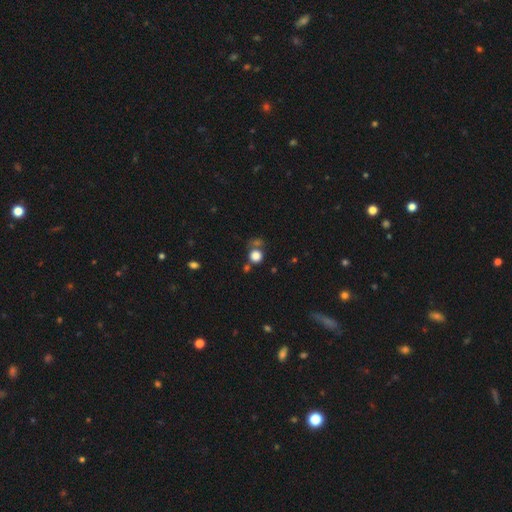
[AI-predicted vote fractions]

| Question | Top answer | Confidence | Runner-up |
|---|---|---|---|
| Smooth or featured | smooth | 80% | star or artifact (15%) |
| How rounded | round | 89% | in between (10%) |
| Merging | none | 66% | merger (16%) |